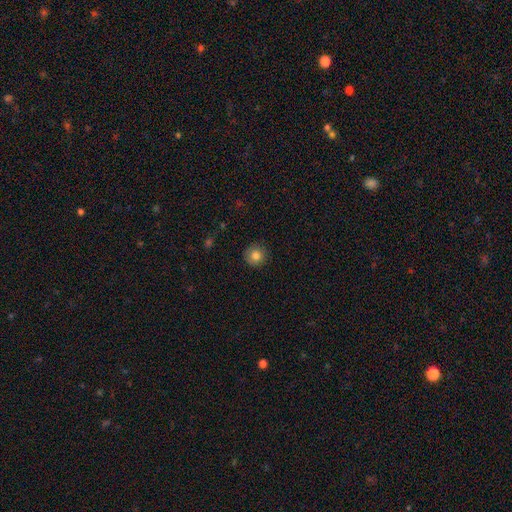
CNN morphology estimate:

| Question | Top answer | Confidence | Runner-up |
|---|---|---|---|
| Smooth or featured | smooth | 82% | star or artifact (10%) |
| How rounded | round | 94% | in between (5%) |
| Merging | none | 89% | minor disturbance (8%) |